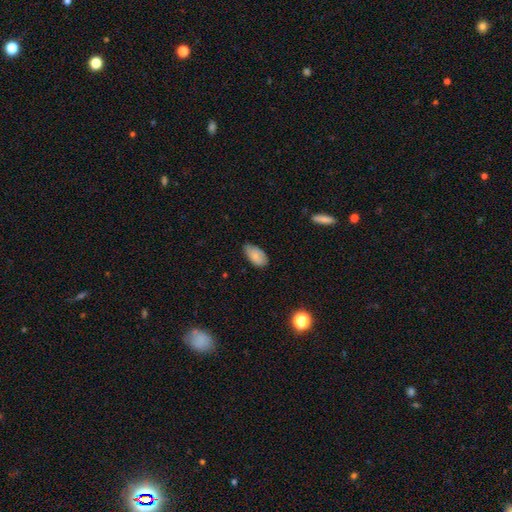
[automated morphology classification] This is likely a smooth galaxy (78%). How rounded: clearly in between (94%). Merging: likely none (65%).